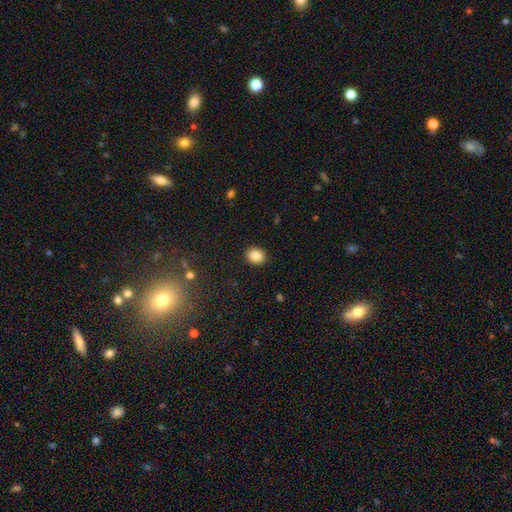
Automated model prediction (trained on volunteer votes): Smooth or featured? Predicted: smooth (p=0.85). How rounded? Predicted: round (p=0.63). Merging? Predicted: none (p=0.91).